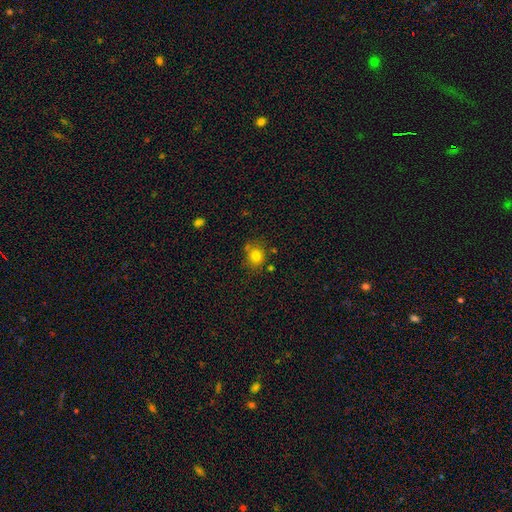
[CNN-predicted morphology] Overall: smooth (80%). How rounded: round (67%; in between 33%). Merging: none (65%).